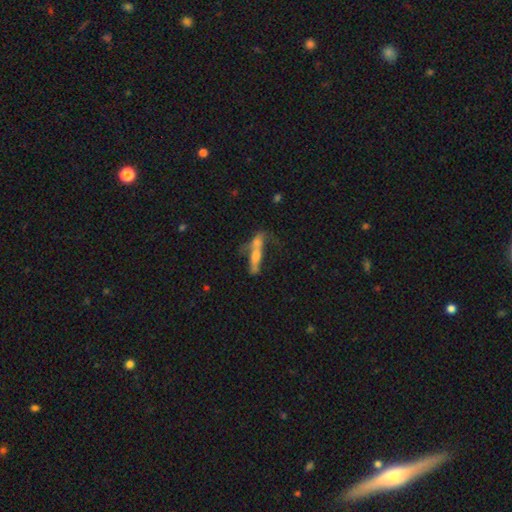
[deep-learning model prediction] Overall: featured or disk (46%; smooth 43%). Merging: merger (37%; none 32%).